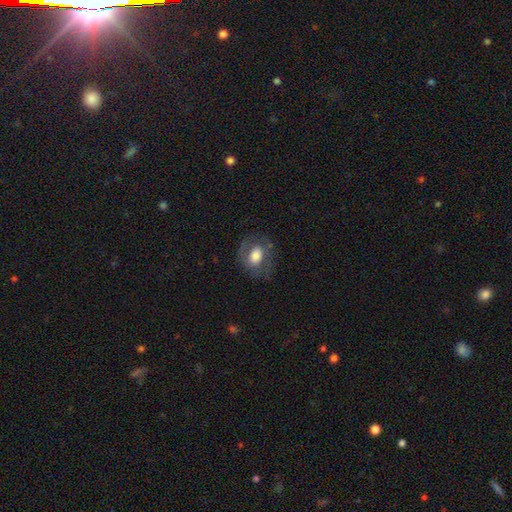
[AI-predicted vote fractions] A smooth galaxy with no disk features (54%) that is in between round and cigar-shaped (62%).

Vote fractions:
- Smooth or featured? smooth: 54% / featured or disk: 38% / star or artifact: 8%
- How rounded? in between: 62% / round: 37% / cigar-shaped: 1%
- Merging? none: 66% / minor disturbance: 19% / major disturbance: 13% / merger: 1%